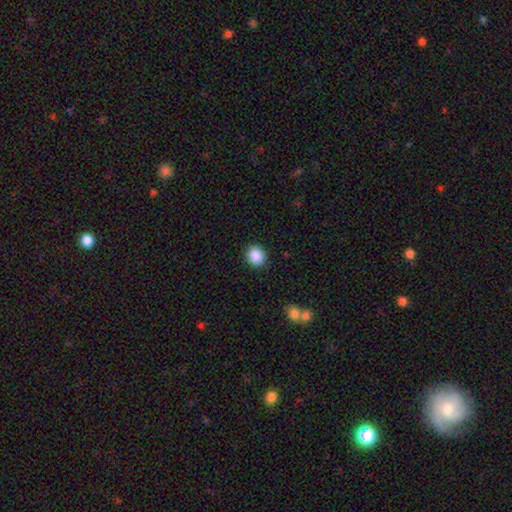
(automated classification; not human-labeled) Overall: smooth (89%). How rounded: round (70%). Merging: none (91%).